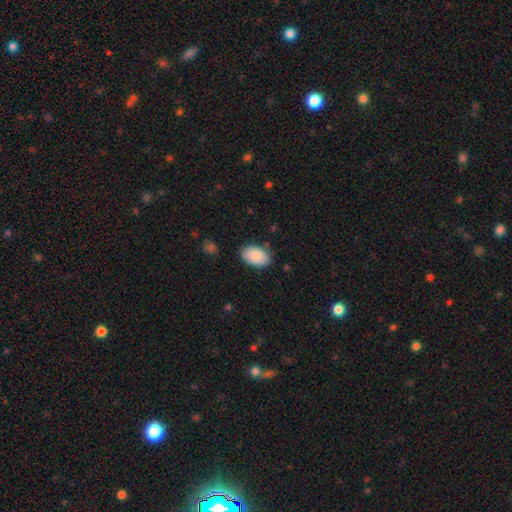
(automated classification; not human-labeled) This is clearly a smooth galaxy (89%). How rounded: clearly in between (92%). Merging: clearly none (83%).